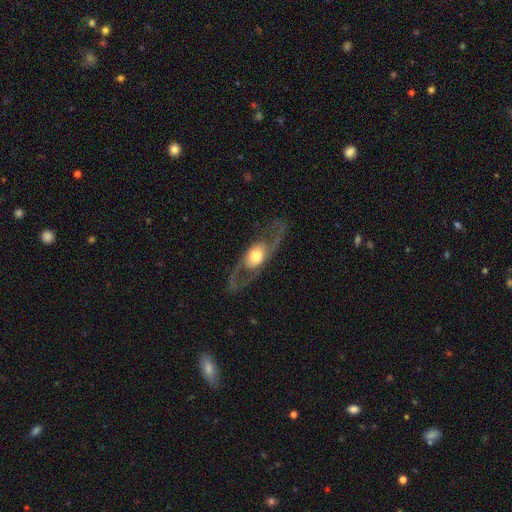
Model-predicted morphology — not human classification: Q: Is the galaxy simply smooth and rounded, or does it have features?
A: featured or disk — 76%.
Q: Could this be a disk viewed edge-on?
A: no — 81%.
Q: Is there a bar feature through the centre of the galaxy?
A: no — 76%.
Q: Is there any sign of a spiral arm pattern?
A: yes — 69%.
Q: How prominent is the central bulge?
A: moderate — 49%.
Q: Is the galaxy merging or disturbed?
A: none — 74%.